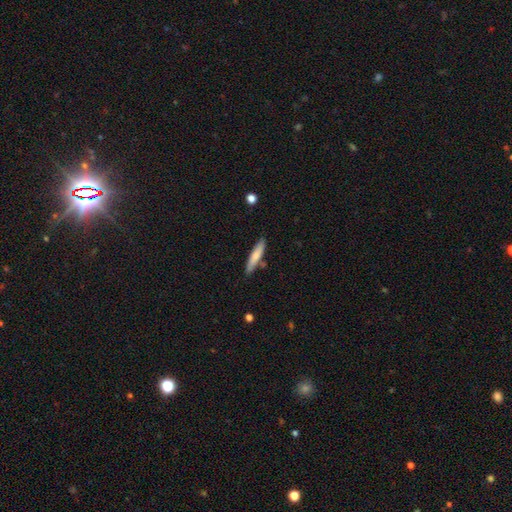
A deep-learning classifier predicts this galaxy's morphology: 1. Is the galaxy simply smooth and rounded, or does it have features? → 72% smooth, 22% featured or disk, 6% star or artifact.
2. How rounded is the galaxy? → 86% cigar-shaped, 13% in between, 1% round.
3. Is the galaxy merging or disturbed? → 80% none, 13% minor disturbance, 5% merger, 2% major disturbance.